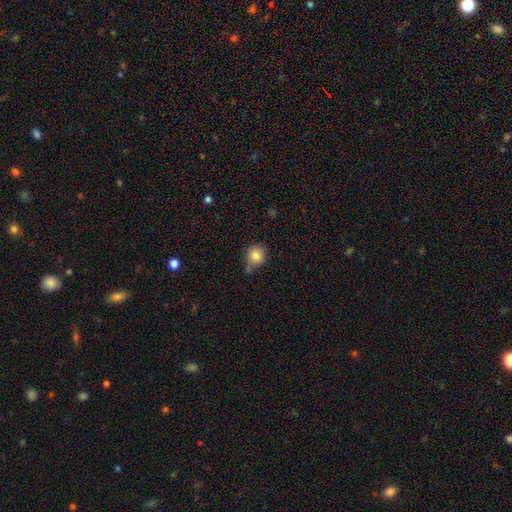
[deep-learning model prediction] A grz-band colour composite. It shows a smooth galaxy with no disk features (84%) that is round (81%). Merging: none (63%).